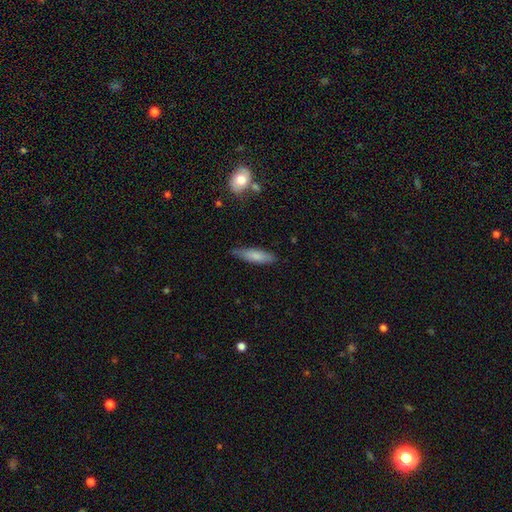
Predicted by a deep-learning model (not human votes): smooth 77%, featured or disk 17%, star or artifact 6%. Down the decision tree: how rounded — cigar-shaped (67%); merging — none (77%).